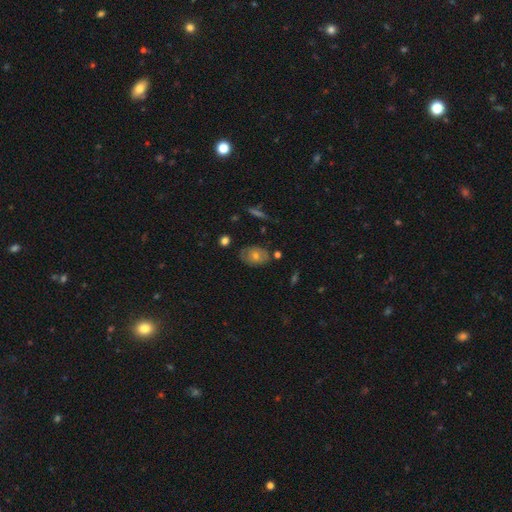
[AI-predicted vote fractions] Overall: smooth (53%; featured or disk 37%). How rounded: in between (82%). Merging: none (74%).